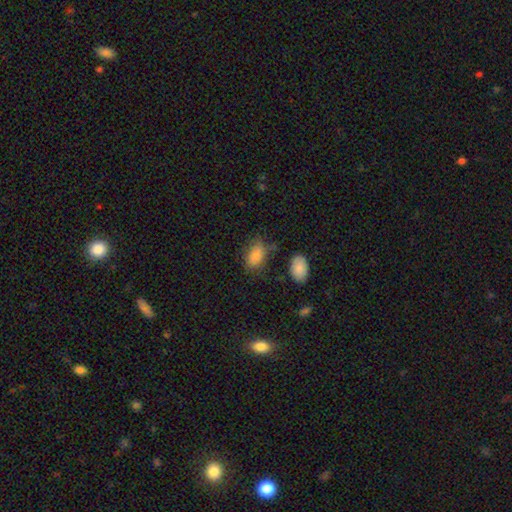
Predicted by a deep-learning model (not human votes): A smooth galaxy with no disk features (83%) that is in between round and cigar-shaped (92%).

Vote fractions:
- Smooth or featured? smooth: 83% / star or artifact: 9% / featured or disk: 7%
- How rounded? in between: 92% / round: 6% / cigar-shaped: 2%
- Merging? none: 66% / minor disturbance: 22% / major disturbance: 7% / merger: 5%